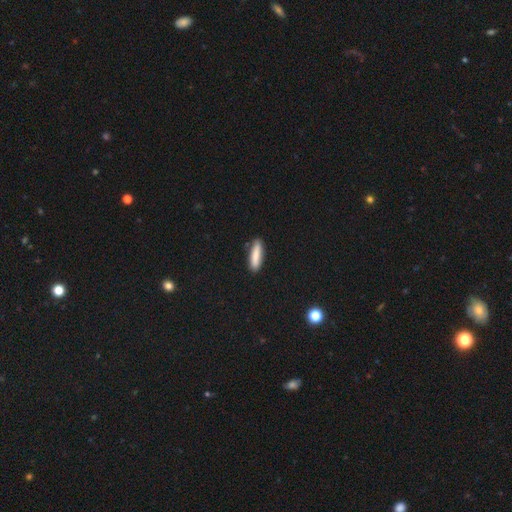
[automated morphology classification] This appears to be a smooth galaxy with no disk features (83%) that is cigar-shaped (71%). Merging: none (84%).